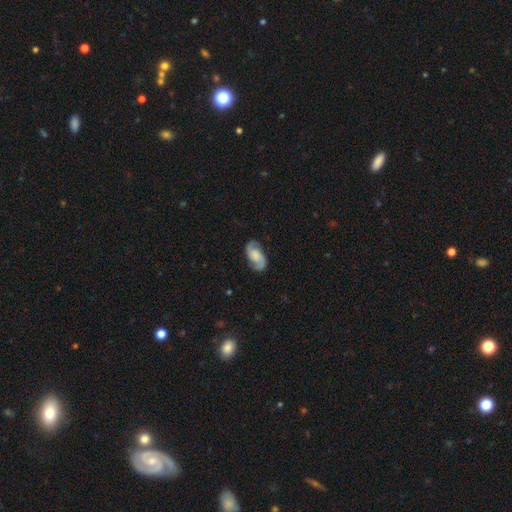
featured or disk 80%, smooth 12%, star or artifact 8%. Down the decision tree: edge-on disk — no (97%); bar — no (68%); spiral arms — yes (97%); spiral arm count — 2 (97%); spiral winding — medium (43%); bulge size — none (35%); merging — none (86%).